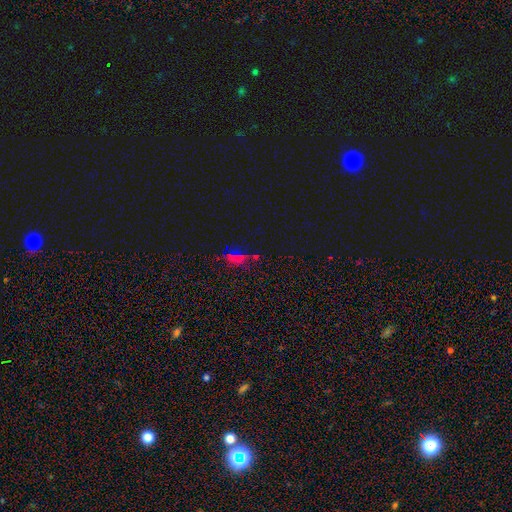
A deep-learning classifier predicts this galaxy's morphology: Smooth or featured? Predicted: star or artifact (p=0.57).